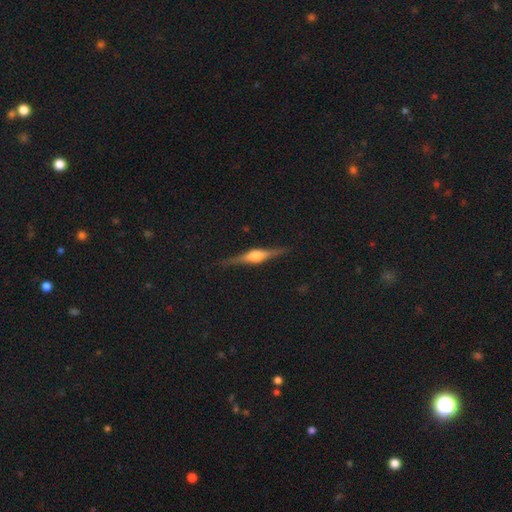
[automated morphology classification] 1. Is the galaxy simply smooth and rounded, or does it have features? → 79% featured or disk, 15% smooth, 6% star or artifact.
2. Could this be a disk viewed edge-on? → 98% yes, 2% no.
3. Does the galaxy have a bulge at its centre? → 89% rounded, 9% boxy, 2% none.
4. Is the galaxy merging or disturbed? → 89% none, 8% minor disturbance, 2% major disturbance, 1% merger.